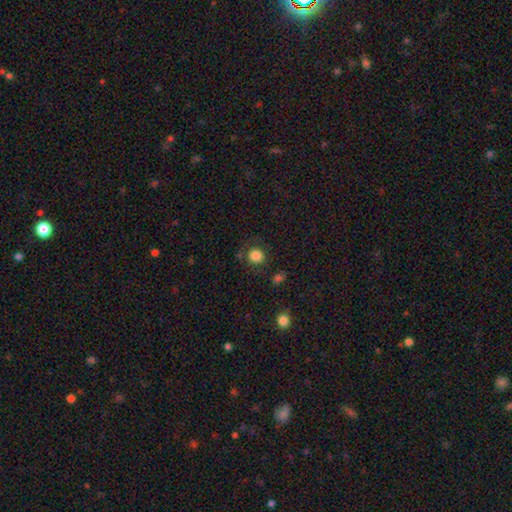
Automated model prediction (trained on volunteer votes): This is clearly a smooth galaxy (83%). How rounded: clearly round (88%). Merging: likely none (79%).